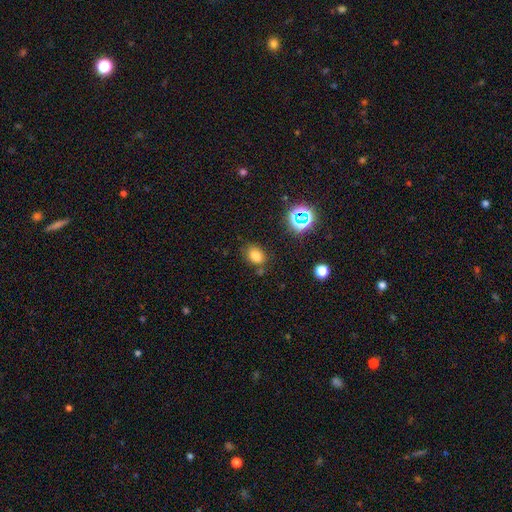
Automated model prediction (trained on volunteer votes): This appears to be a smooth galaxy with no disk features (76%) that is in between round and cigar-shaped (63%). Merging: none (75%).